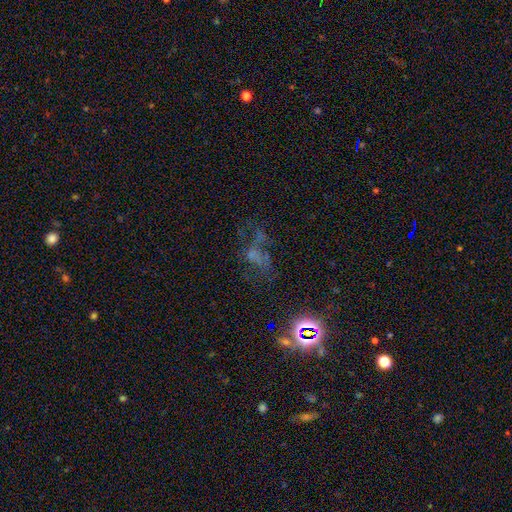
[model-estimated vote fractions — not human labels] A star or artifact, not a galaxy (39%).

Vote fractions:
- Smooth or featured? star or artifact: 39% / featured or disk: 34% / smooth: 26%